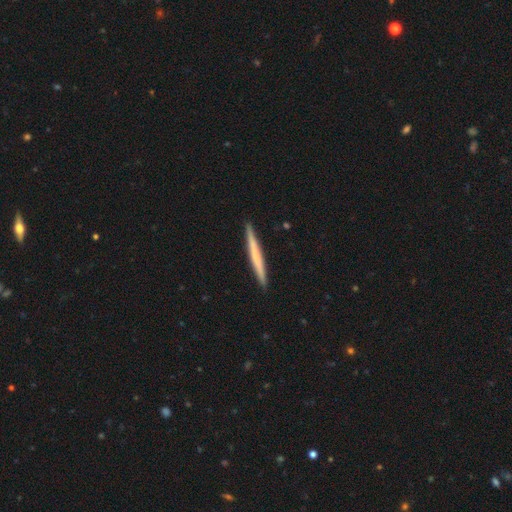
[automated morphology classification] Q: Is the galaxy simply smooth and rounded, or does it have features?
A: smooth — 52%.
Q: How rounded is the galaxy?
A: cigar-shaped — 97%.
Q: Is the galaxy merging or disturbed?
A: none — 92%.